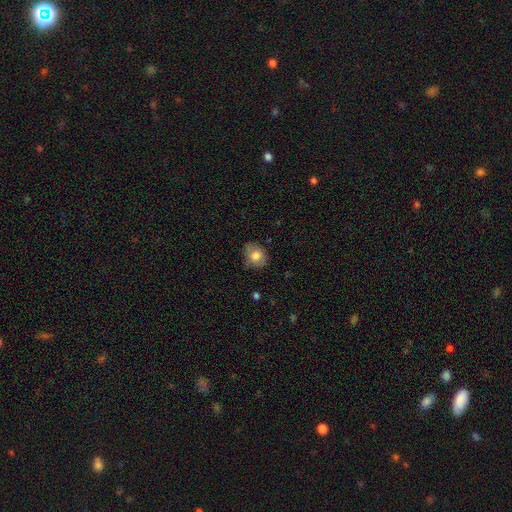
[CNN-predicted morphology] type=smooth (77%); roundness=round (53%); merging=none (68%).